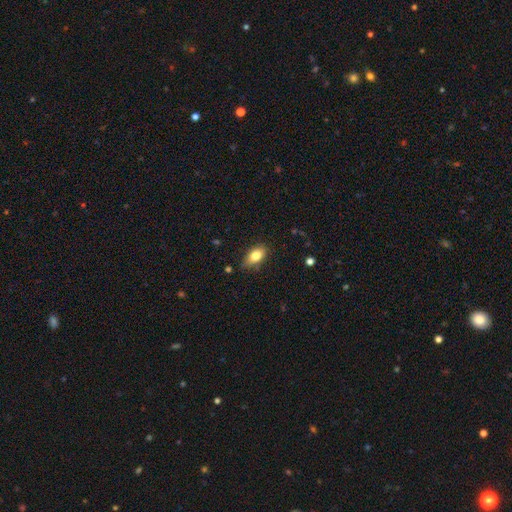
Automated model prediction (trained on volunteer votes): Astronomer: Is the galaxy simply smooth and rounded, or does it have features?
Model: smooth — 81%.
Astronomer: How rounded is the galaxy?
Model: in between — 89%.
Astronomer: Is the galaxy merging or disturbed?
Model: none — 78%.